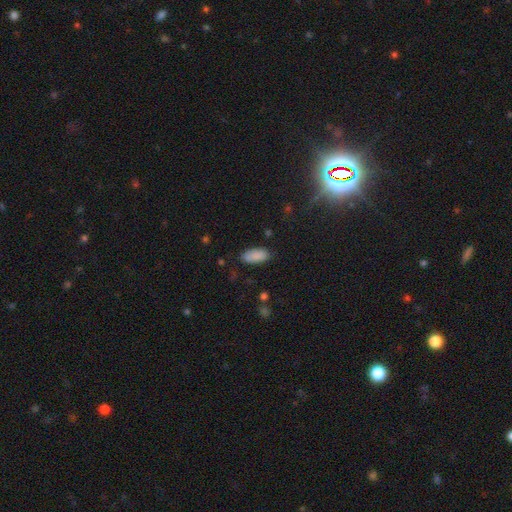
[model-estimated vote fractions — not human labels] smooth-or-featured: smooth: 89% | star or artifact: 7% | featured or disk: 5%
  how-rounded: in between: 89% | cigar-shaped: 9% | round: 2%
  merging: none: 82% | minor disturbance: 14% | major disturbance: 3% | merger: 2%